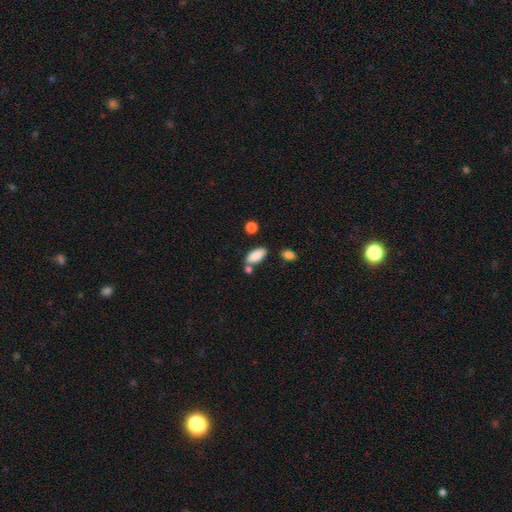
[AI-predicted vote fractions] Morphology: type=smooth (86%); roundness=in between (89%); merging=none (67%).